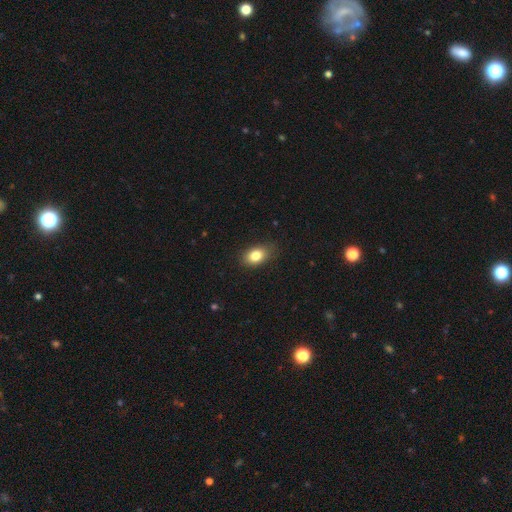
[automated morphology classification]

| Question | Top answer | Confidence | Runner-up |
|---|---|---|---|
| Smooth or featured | smooth | 82% | star or artifact (9%) |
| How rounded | in between | 81% | round (17%) |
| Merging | none | 81% | minor disturbance (15%) |